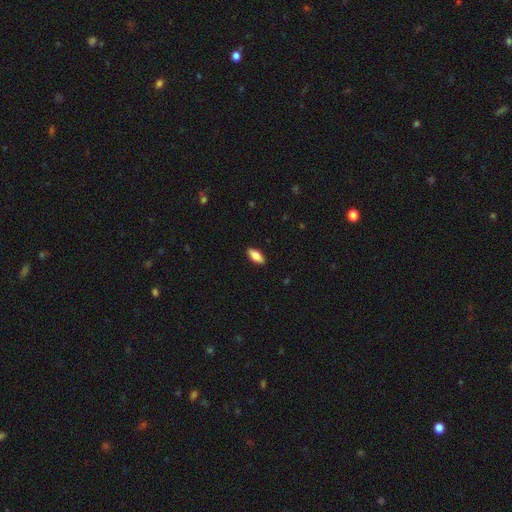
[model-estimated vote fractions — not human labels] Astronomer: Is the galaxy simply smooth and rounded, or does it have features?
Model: smooth — 80%.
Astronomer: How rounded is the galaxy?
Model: in between — 84%.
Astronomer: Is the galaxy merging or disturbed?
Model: none — 89%.